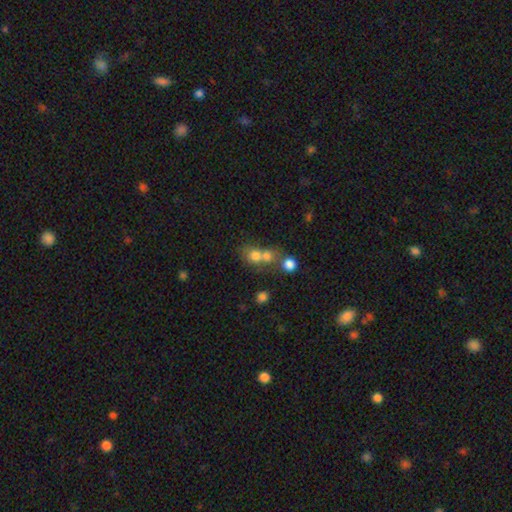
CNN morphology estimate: smooth-or-featured: smooth: 72% | featured or disk: 14% | star or artifact: 14%
  how-rounded: round: 74% | in between: 24% | cigar-shaped: 1%
  merging: merger: 57% | none: 32% | minor disturbance: 7% | major disturbance: 4%